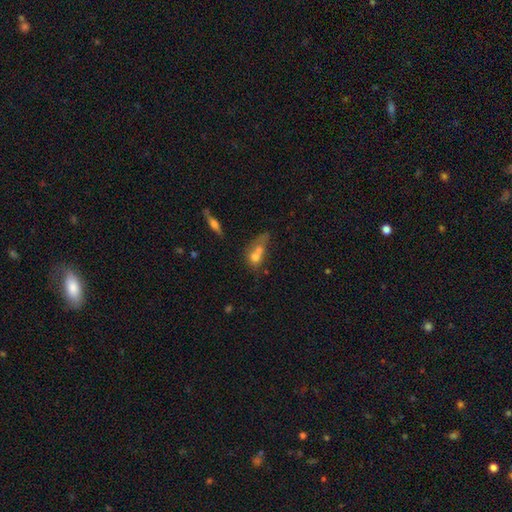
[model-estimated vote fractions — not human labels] Q: Smooth or featured?
A: smooth (62%); runner-up: featured or disk (25%)
Q: How rounded?
A: in between (49%); runner-up: round (43%)
Q: Merging?
A: merger (58%); runner-up: none (21%)